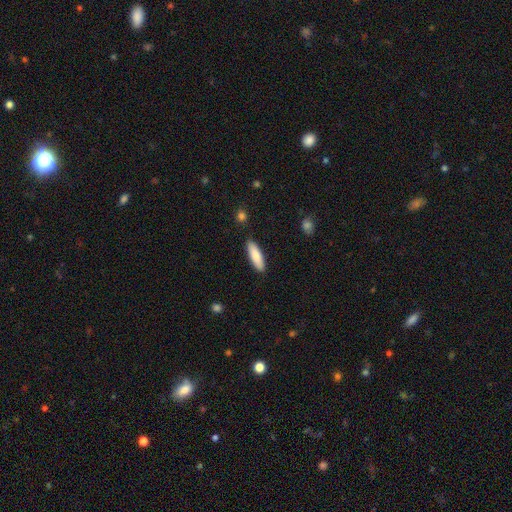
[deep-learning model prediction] Smooth or featured? smooth (83%)
How rounded? cigar-shaped (55%)
Merging? none (89%)